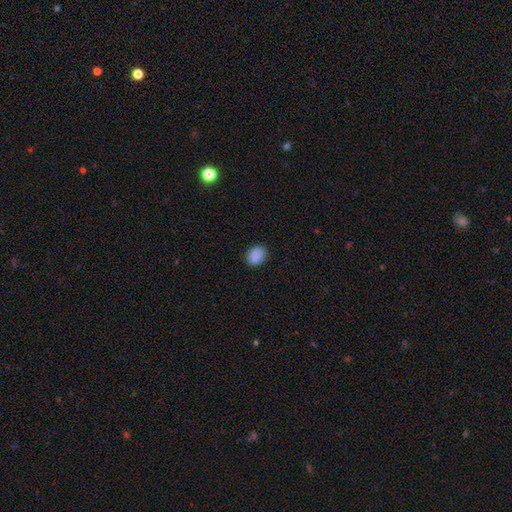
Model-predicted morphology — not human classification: Q: Smooth or featured?
A: smooth (87%); runner-up: star or artifact (9%)
Q: How rounded?
A: in between (54%); runner-up: round (45%)
Q: Merging?
A: none (83%); runner-up: minor disturbance (13%)